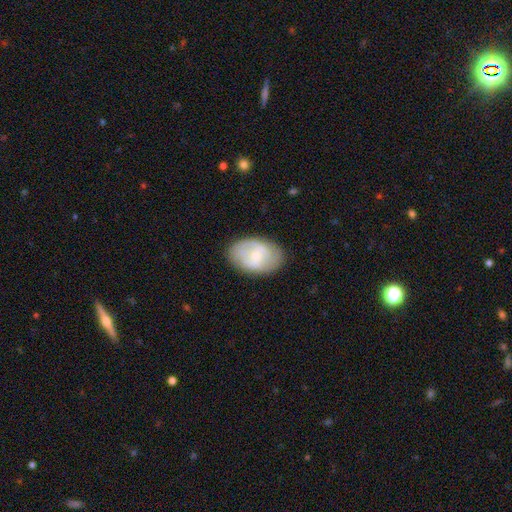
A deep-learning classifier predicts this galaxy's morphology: This appears to be a smooth galaxy with no disk features (47%). Merging: none (78%).